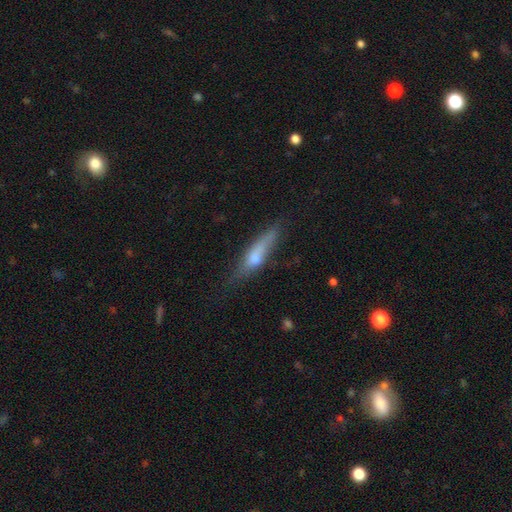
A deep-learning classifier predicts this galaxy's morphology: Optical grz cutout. It shows a smooth galaxy with no disk features (55%) that is cigar-shaped (76%). Merging: none (60%).